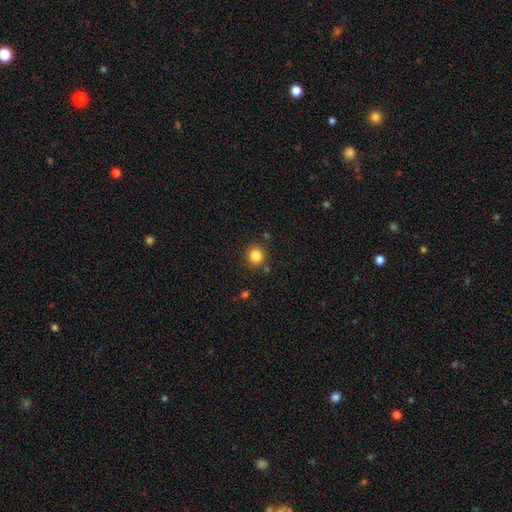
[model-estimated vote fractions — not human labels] Overall: smooth (84%). How rounded: round (90%). Merging: none (86%).